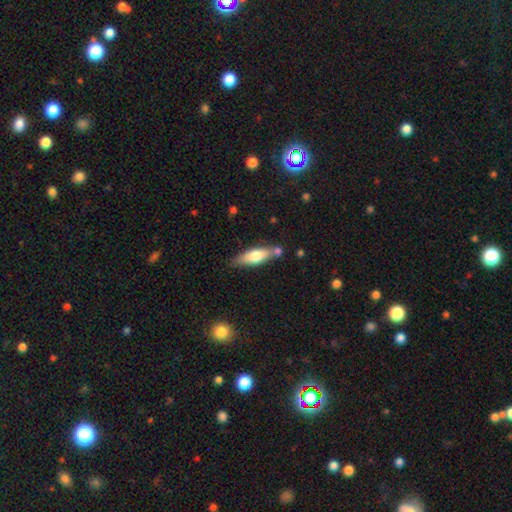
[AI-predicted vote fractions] Smooth or featured? smooth (65%)
How rounded? in between (51%)
Merging? none (69%)